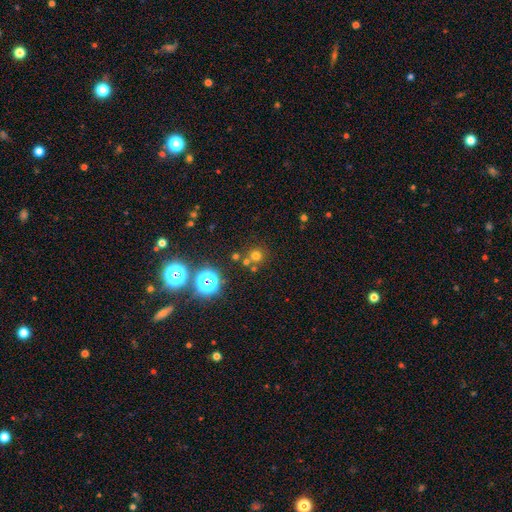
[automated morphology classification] Smooth or featured? Predicted: smooth (p=0.62). How rounded? Predicted: round (p=0.92). Merging? Predicted: none (p=0.70).